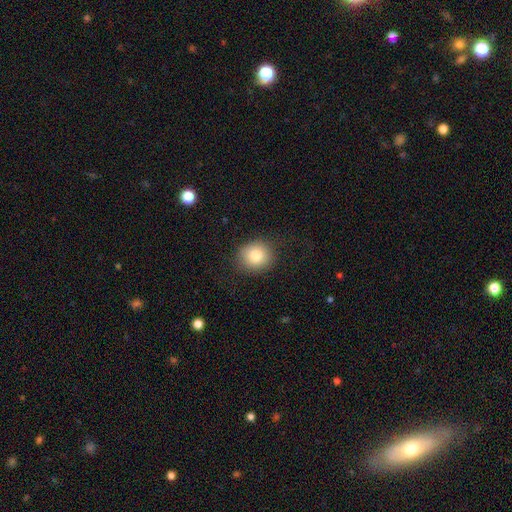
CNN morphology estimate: Overall: smooth (82%). How rounded: round (82%). Merging: none (86%).